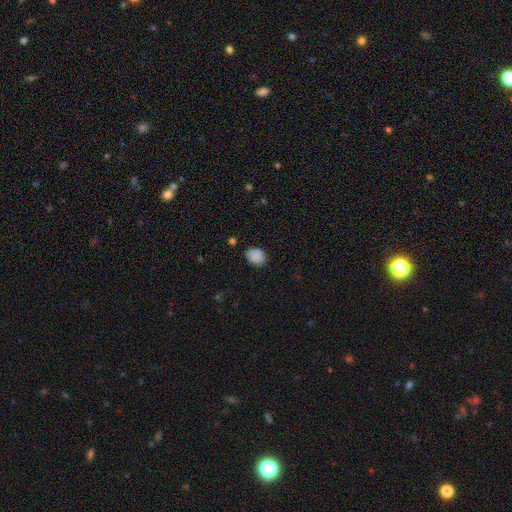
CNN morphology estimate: Smooth or featured: smooth — 87% (star or artifact — 9%)
How rounded: in between — 55% (round — 44%)
Merging: none — 79% (minor disturbance — 16%)